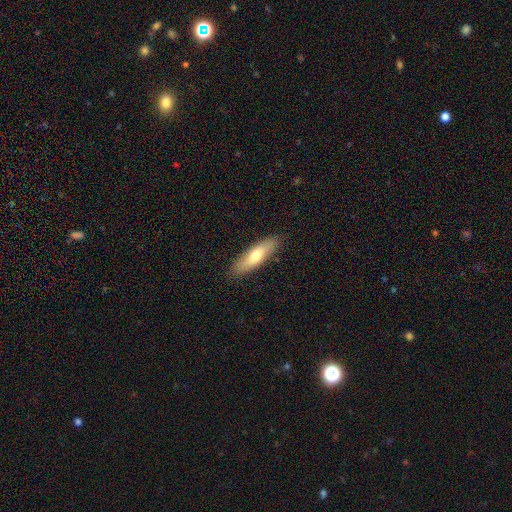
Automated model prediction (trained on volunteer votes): Overall: smooth (64%; featured or disk 30%). How rounded: cigar-shaped (59%; in between 39%). Merging: none (87%).